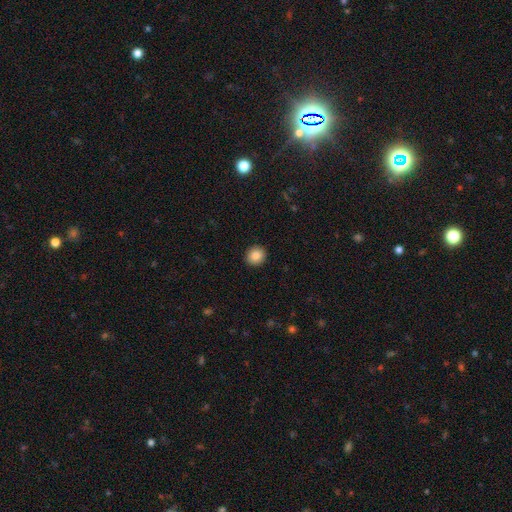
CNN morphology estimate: Smooth or featured? smooth (87%)
How rounded? round (85%)
Merging? none (92%)